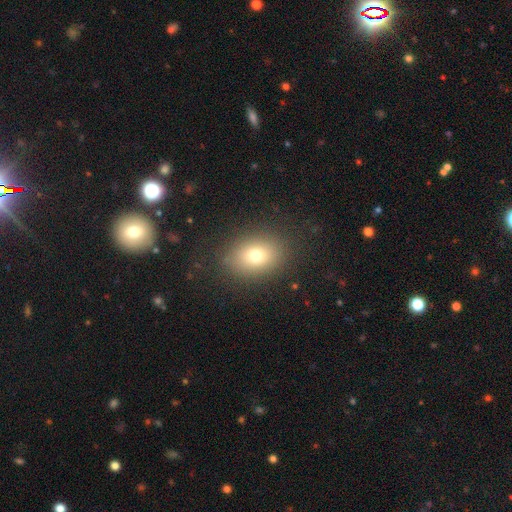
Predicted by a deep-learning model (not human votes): A smooth galaxy with no disk features (75%) that is in between round and cigar-shaped (62%).

Vote fractions:
- Smooth or featured? smooth: 75% / star or artifact: 13% / featured or disk: 12%
- How rounded? in between: 62% / round: 37% / cigar-shaped: 1%
- Merging? none: 86% / minor disturbance: 9% / major disturbance: 4% / merger: 1%